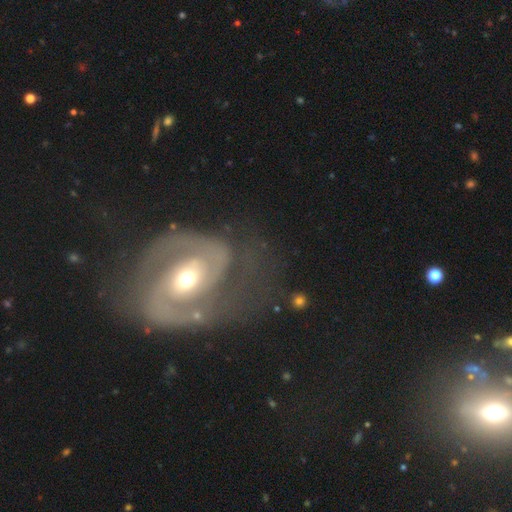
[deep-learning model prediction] Q: Smooth or featured?
A: featured or disk (88%); runner-up: star or artifact (6%)
Q: Edge-on disk?
A: no (97%); runner-up: yes (3%)
Q: Bar?
A: no (44%); runner-up: weak (36%)
Q: Spiral arms?
A: yes (96%); runner-up: no (4%)
Q: Spiral winding?
A: medium (48%); runner-up: tight (39%)
Q: Spiral arm count?
A: 2 (87%); runner-up: can't tell (5%)
Q: Bulge size?
A: moderate (63%); runner-up: small (30%)
Q: Merging?
A: none (63%); runner-up: minor disturbance (19%)